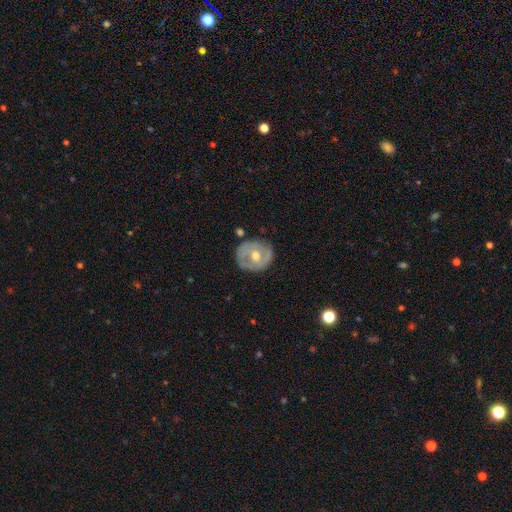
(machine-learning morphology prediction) Smooth or featured? featured or disk (64%)
Edge-on disk? no (96%)
Bar? no (57%)
Spiral arms? no (52%)
Bulge size? moderate (74%)
Merging? none (75%)